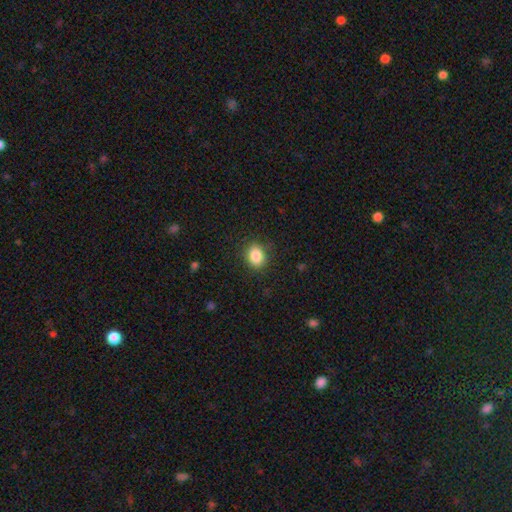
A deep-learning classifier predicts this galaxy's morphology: The model was most divided on "how rounded": round: 51%, in between: 48%, cigar-shaped: 1%. More confident: merging — none (88%); smooth or featured — smooth (86%).